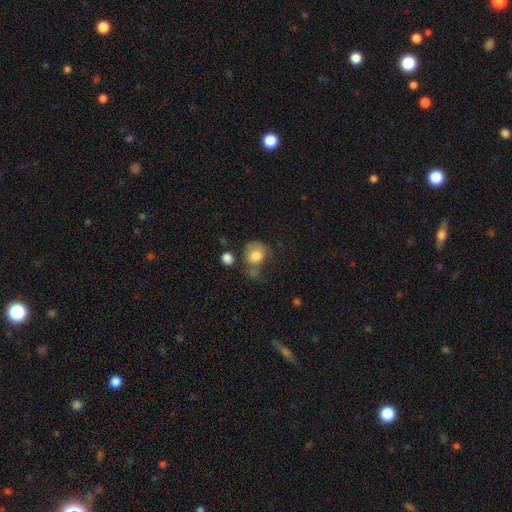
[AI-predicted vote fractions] Smooth or featured? Predicted: smooth (p=0.77). How rounded? Predicted: round (p=0.63). Merging? Predicted: none (p=0.33).